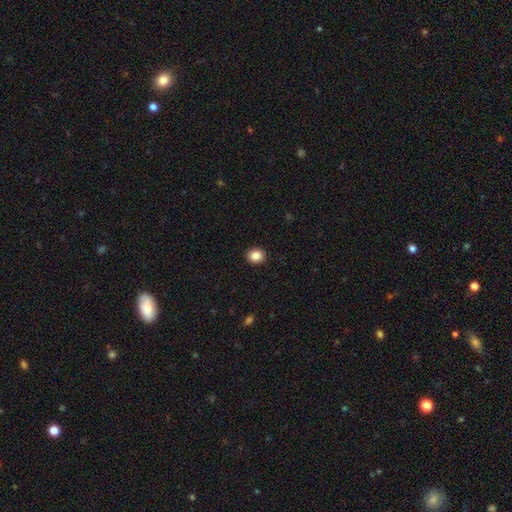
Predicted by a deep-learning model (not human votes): smooth-or-featured: smooth: 86% | star or artifact: 10% | featured or disk: 4%
  how-rounded: round: 72% | in between: 27% | cigar-shaped: 1%
  merging: none: 92% | minor disturbance: 5% | major disturbance: 2% | merger: 1%